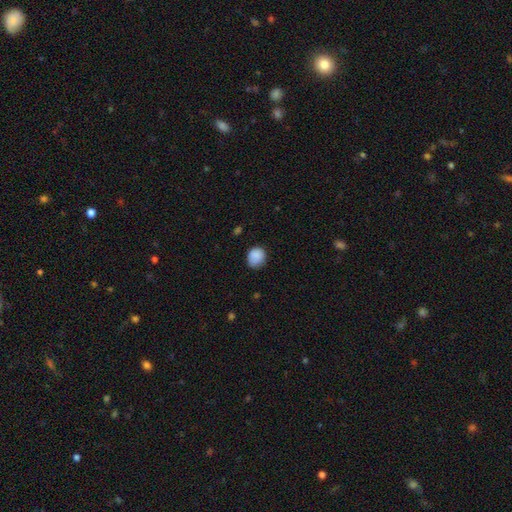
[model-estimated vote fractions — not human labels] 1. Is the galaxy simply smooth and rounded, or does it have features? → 88% smooth, 8% star or artifact, 4% featured or disk.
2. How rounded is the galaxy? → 74% round, 26% in between, 1% cigar-shaped.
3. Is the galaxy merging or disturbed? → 74% none, 21% minor disturbance, 4% major disturbance, 1% merger.